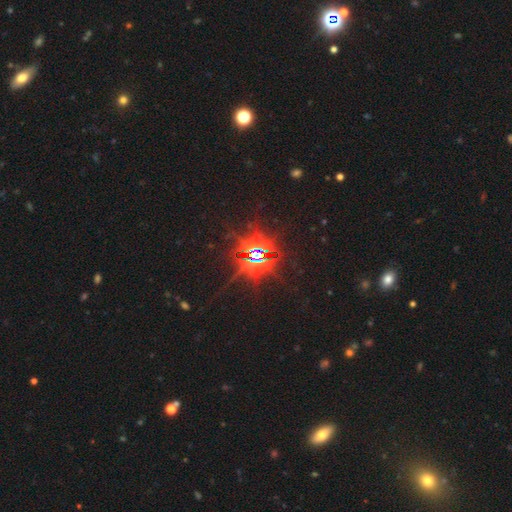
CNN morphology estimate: This is clearly a star or artifact rather than a galaxy (86%).